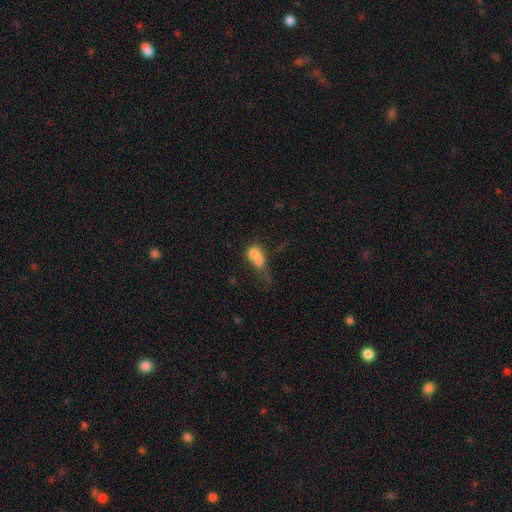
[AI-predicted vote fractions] The model was most divided on "how rounded": in between: 61%, round: 33%, cigar-shaped: 5%. More confident: smooth or featured — smooth (66%); merging — merger (57%).